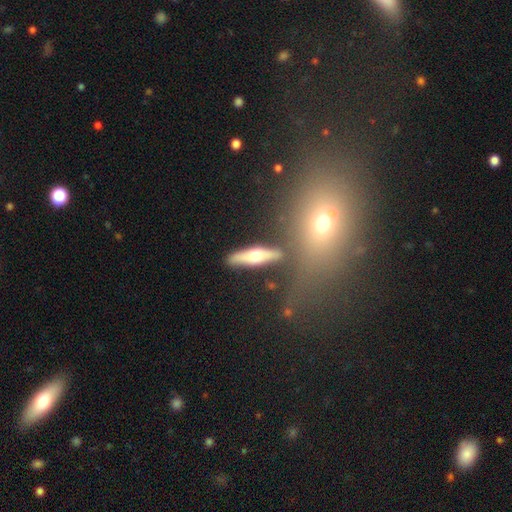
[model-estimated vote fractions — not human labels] This appears to be a smooth galaxy with no disk features (48%). Merging: none (76%).